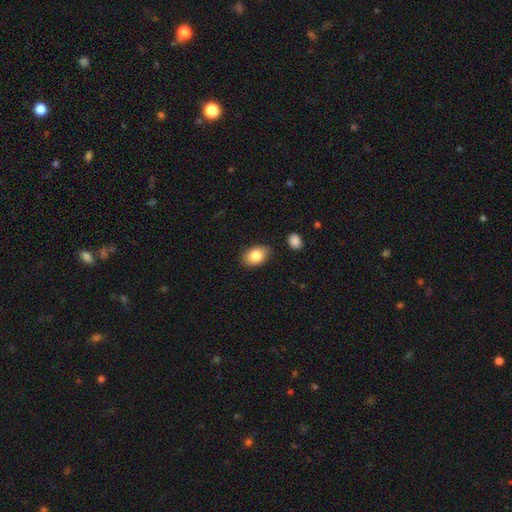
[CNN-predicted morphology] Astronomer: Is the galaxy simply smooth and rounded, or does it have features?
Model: smooth — 83%.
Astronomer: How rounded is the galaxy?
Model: in between — 85%.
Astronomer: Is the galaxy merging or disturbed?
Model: none — 85%.